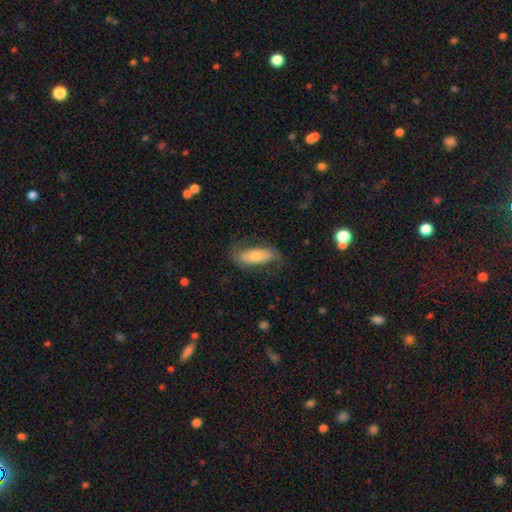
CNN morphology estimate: This appears to be a smooth galaxy with no disk features (51%) that is in between round and cigar-shaped (70%). Merging: none (70%).